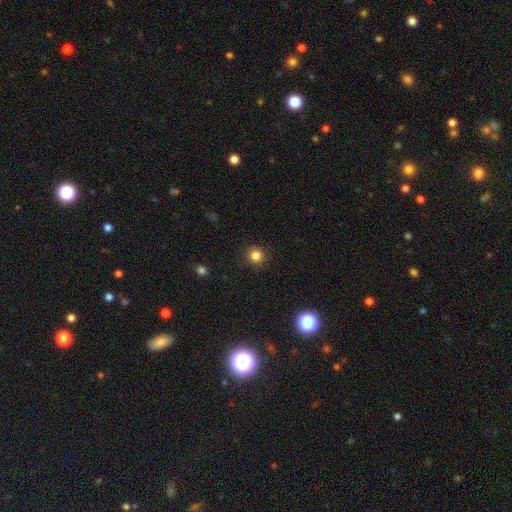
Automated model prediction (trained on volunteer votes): This appears to be a smooth galaxy with no disk features (83%) that is round (93%). Merging: none (91%).